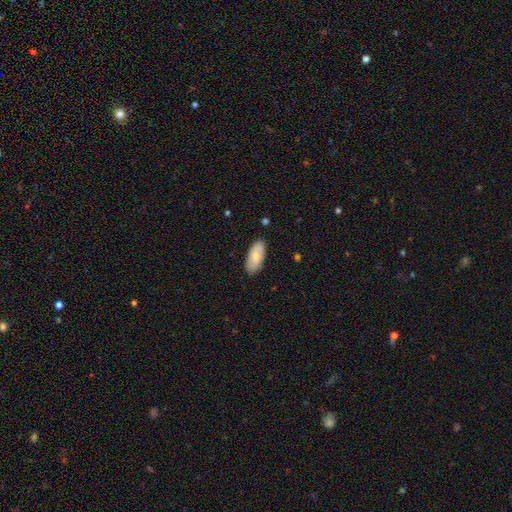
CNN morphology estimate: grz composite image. It shows a smooth galaxy with no disk features (74%) that is in between round and cigar-shaped (89%). Merging: none (86%).